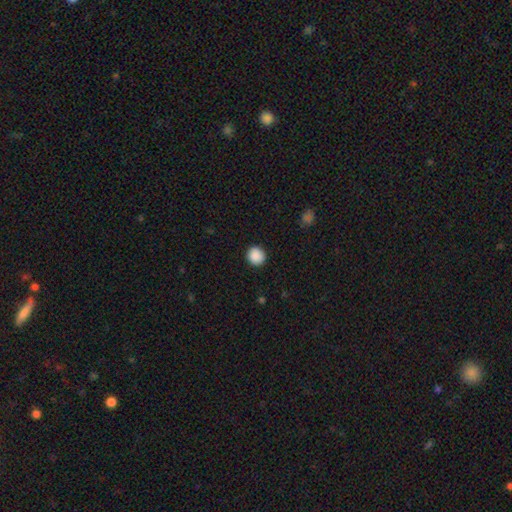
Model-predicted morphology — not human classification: Smooth or featured: smooth — 90% (star or artifact — 8%)
How rounded: round — 89% (in between — 10%)
Merging: none — 91% (minor disturbance — 6%)